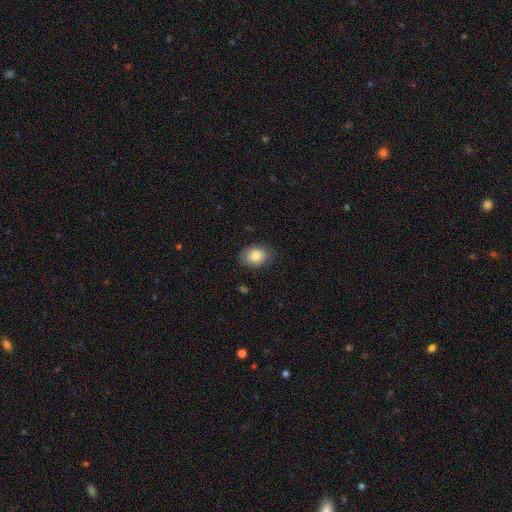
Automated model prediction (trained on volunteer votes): Overall: smooth (83%). How rounded: in between (73%). Merging: none (82%).